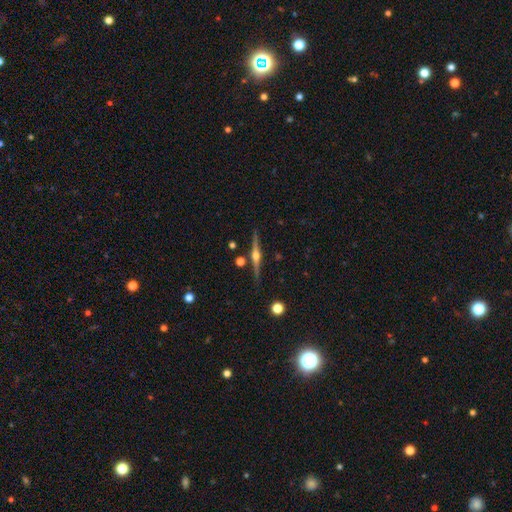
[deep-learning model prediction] This appears to be a featured or disk galaxy (84%) viewed edge-on (98%) with a rounded central bulge (94%). Merging: none (87%).